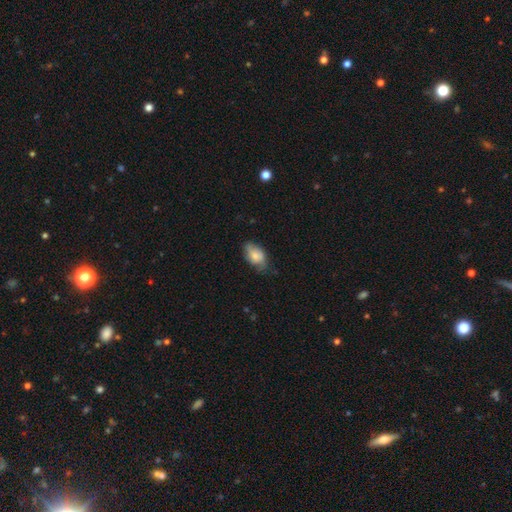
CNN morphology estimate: A smooth galaxy with no disk features (66%) that is in between round and cigar-shaped (88%). Merging: none (56%).